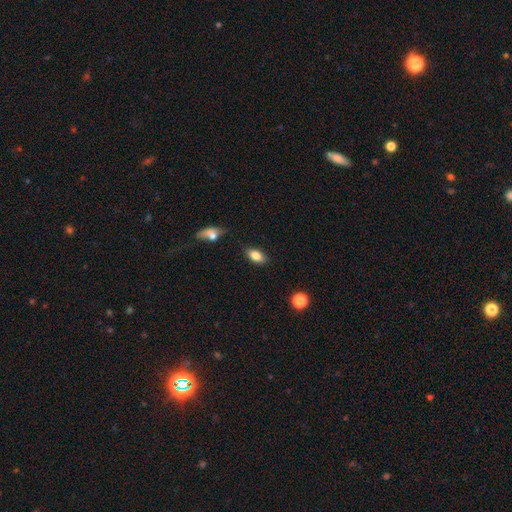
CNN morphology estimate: Q: Smooth or featured?
A: smooth (82%); runner-up: featured or disk (10%)
Q: How rounded?
A: in between (89%); runner-up: round (7%)
Q: Merging?
A: none (81%); runner-up: minor disturbance (13%)